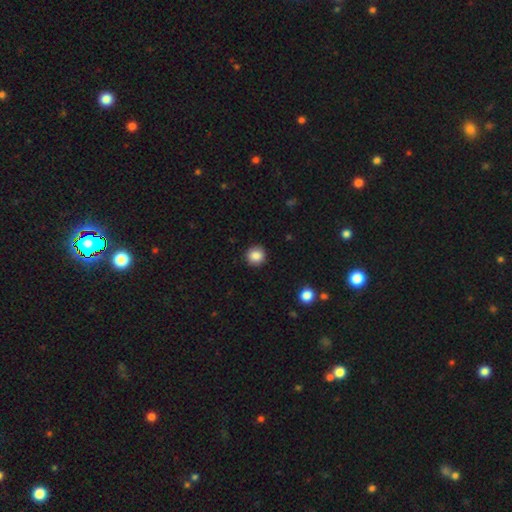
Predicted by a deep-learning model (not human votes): smooth 86%, star or artifact 9%, featured or disk 4%. Down the decision tree: how rounded — round (93%); merging — none (92%).